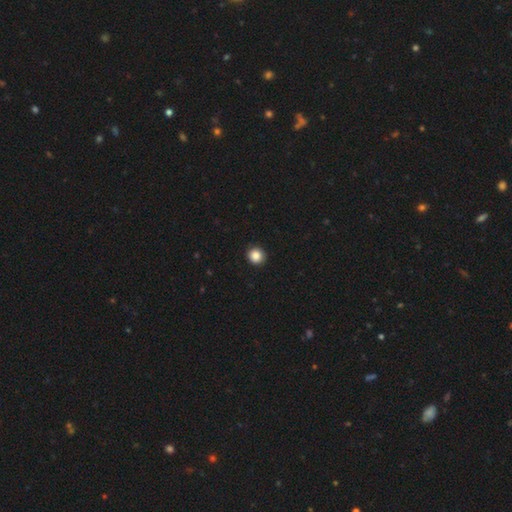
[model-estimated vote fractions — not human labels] smooth_or_featured: smooth (p=0.87) [alt: star or artifact p=0.10]
how_rounded: round (p=0.91) [alt: in between p=0.08]
merging: none (p=0.93) [alt: minor disturbance p=0.05]